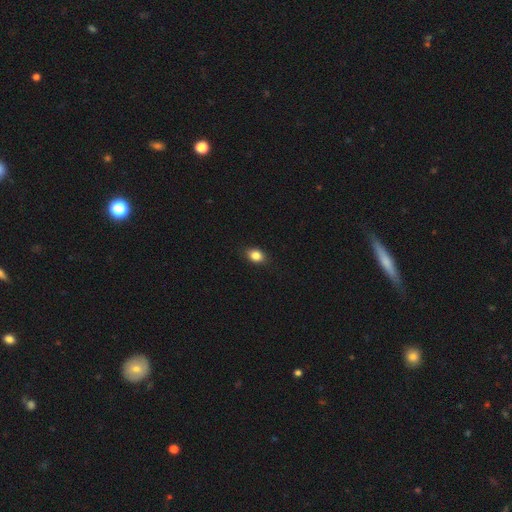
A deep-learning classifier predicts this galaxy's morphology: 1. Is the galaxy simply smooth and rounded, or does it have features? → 85% smooth, 9% star or artifact, 6% featured or disk.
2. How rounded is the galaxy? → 72% in between, 27% round, 2% cigar-shaped.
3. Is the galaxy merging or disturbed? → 87% none, 10% minor disturbance, 2% major disturbance, 1% merger.